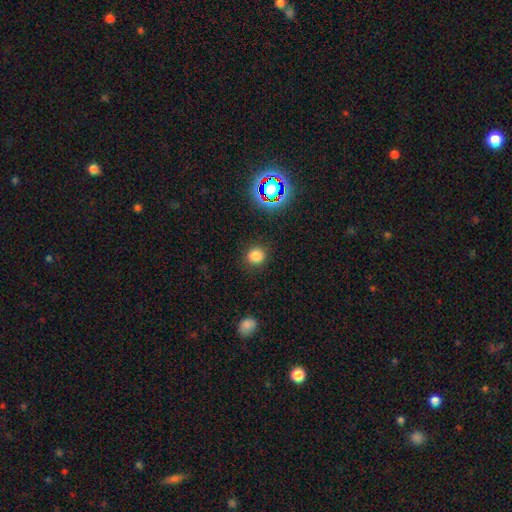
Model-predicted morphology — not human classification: smooth 78%, star or artifact 17%, featured or disk 5%. Down the decision tree: how rounded — round (89%); merging — none (88%).